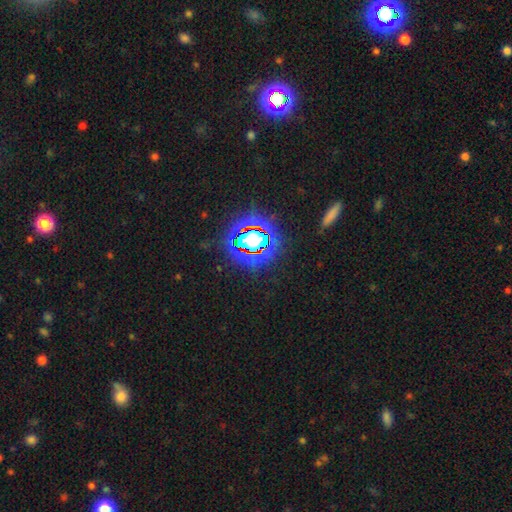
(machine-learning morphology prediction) Smooth or featured? Predicted: star or artifact (p=0.81).